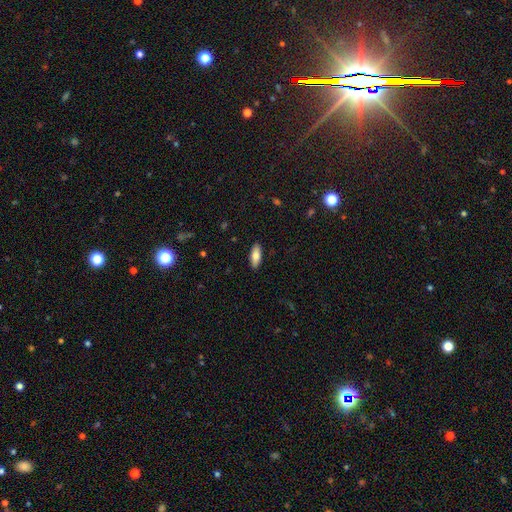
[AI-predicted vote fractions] Overall: smooth (78%). How rounded: in between (78%). Merging: none (90%).